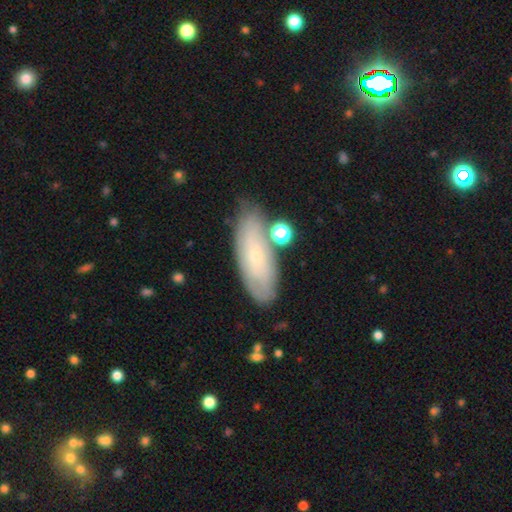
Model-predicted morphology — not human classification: smooth 51%, featured or disk 42%, star or artifact 8%. Down the decision tree: how rounded — in between (72%); merging — none (72%).